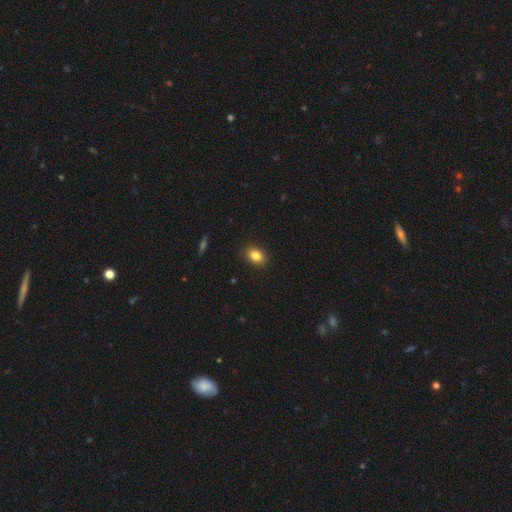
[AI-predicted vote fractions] smooth_or_featured: smooth (p=0.85) [alt: star or artifact p=0.09]
how_rounded: in between (p=0.72) [alt: round p=0.27]
merging: none (p=0.89) [alt: minor disturbance p=0.08]